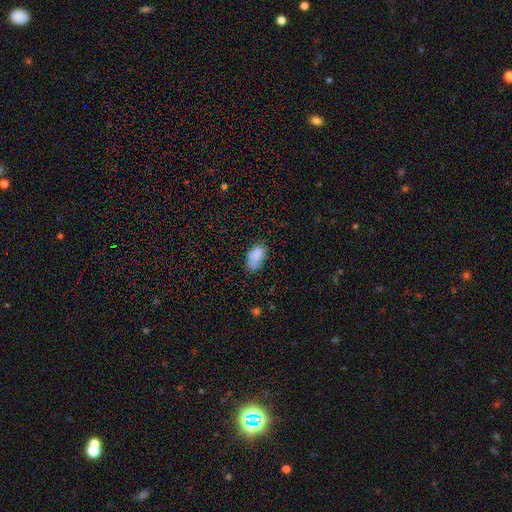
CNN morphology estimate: Smooth or featured?
  - smooth: 83% *
  - star or artifact: 9%
  - featured or disk: 8%
How rounded?
  - in between: 92% *
  - round: 6%
  - cigar-shaped: 2%
Merging?
  - none: 61% *
  - minor disturbance: 28%
  - major disturbance: 8%
  - merger: 2%